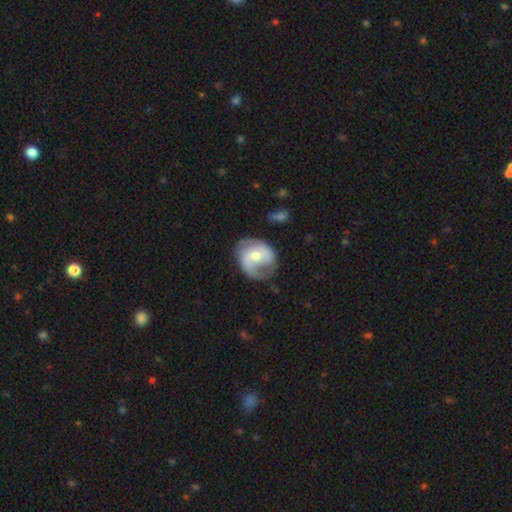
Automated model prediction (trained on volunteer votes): smooth_or_featured: featured or disk (p=0.71) [alt: smooth p=0.23]
disk_edge_on: no (p=0.97) [alt: yes p=0.03]
bar: no (p=0.49) [alt: weak p=0.38]
has_spiral_arms: yes (p=0.87) [alt: no p=0.13]
spiral_winding: medium (p=0.45) [alt: tight p=0.28]
spiral_arm_count: 2 (p=0.63) [alt: can't tell p=0.14]
bulge_size: moderate (p=0.55) [alt: small p=0.39]
merging: none (p=0.56) [alt: minor disturbance p=0.25]